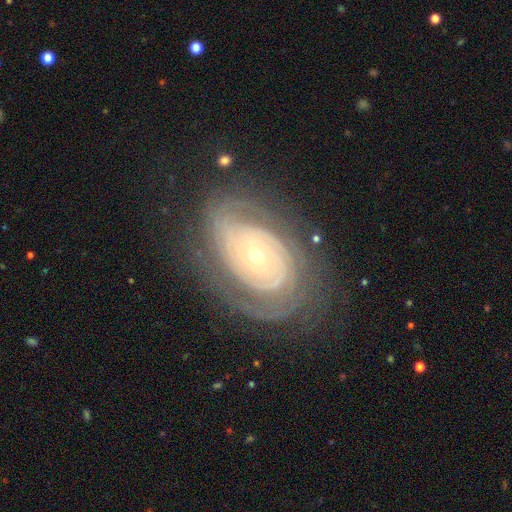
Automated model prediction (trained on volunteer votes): featured or disk 84%, smooth 10%, star or artifact 6%. Down the decision tree: edge-on disk — no (95%); bar — no (79%); spiral arms — yes (91%); spiral arm count — can't tell (35%); spiral winding — tight (75%); bulge size — small (61%); merging — none (70%).